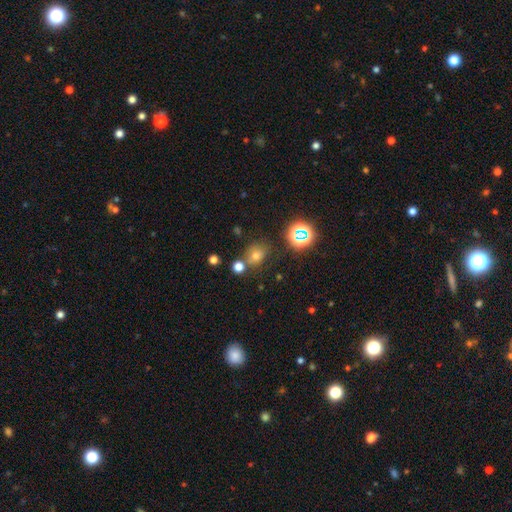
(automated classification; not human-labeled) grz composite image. It shows a smooth galaxy with no disk features (60%) that is round (58%). Merging: none (70%).